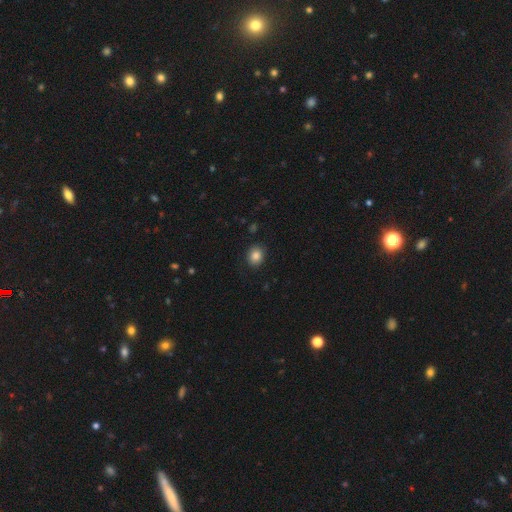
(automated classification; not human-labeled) Morphology: type=smooth (85%); roundness=round (72%); merging=none (90%).